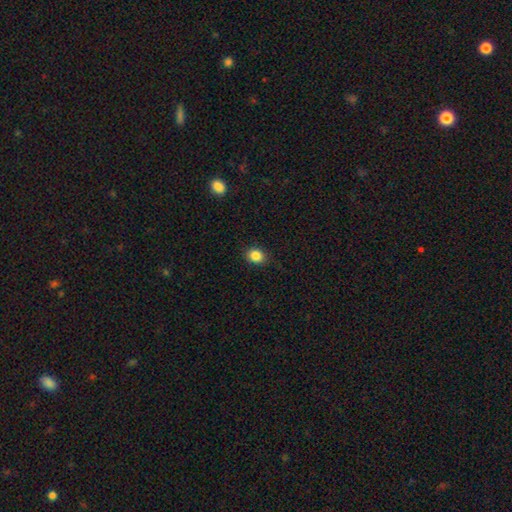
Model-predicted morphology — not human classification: The model was most divided on "how rounded": round: 59%, in between: 40%, cigar-shaped: 1%. More confident: merging — none (87%); smooth or featured — smooth (86%).